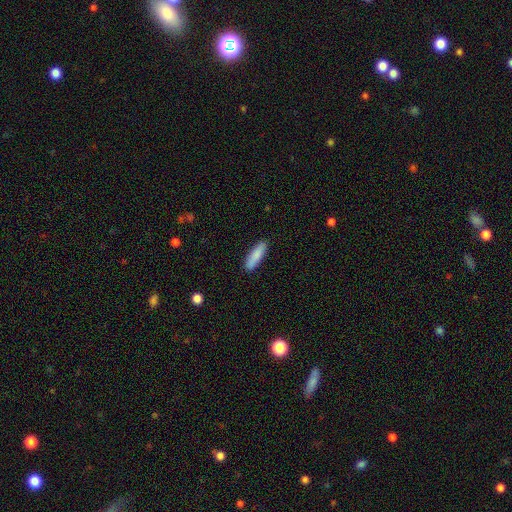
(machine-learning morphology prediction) The model was most divided on "how rounded": cigar-shaped: 65%, in between: 33%, round: 2%. More confident: merging — none (89%); smooth or featured — smooth (87%).